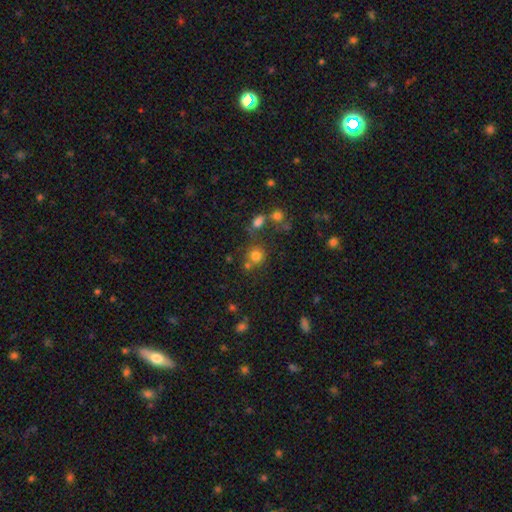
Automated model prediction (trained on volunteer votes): This is likely a smooth galaxy (75%). How rounded: clearly round (86%). Merging: likely none (61%).